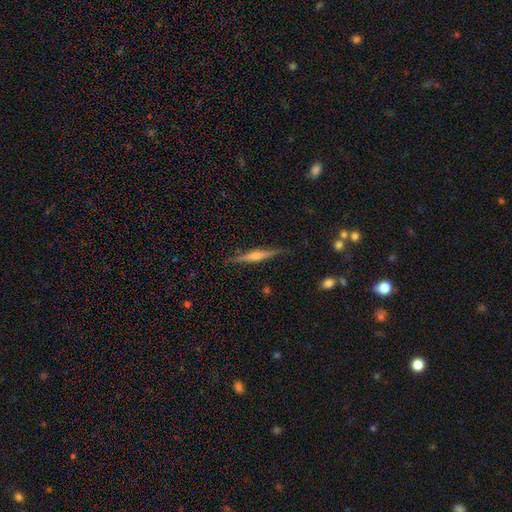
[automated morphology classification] Overall: featured or disk (72%). Edge-on disk: yes (98%). Edge-on bulge: rounded (83%). Merging: none (88%).